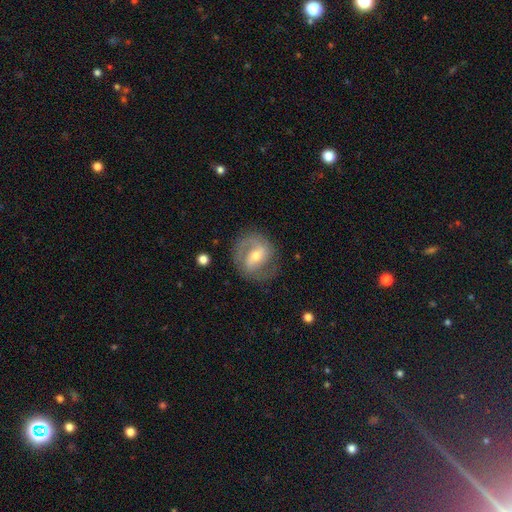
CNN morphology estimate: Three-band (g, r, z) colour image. It shows a featured or disk galaxy (80%) with a weak bar (44%), 2 (81%) medium (49%) spiral arms (90%) and a moderate central bulge (53%). Merging: none (78%).